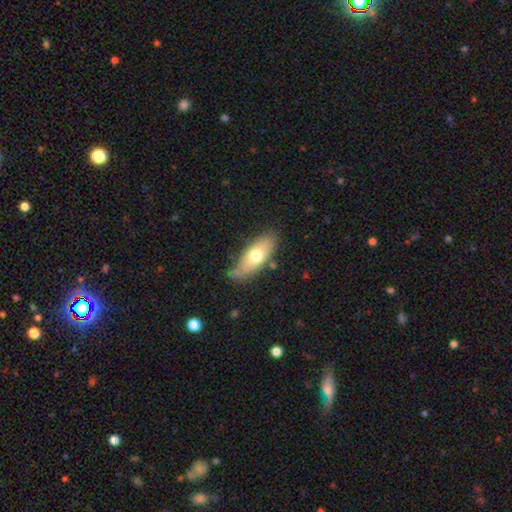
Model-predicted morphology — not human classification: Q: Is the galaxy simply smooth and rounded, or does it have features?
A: smooth — 63%.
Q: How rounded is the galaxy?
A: in between — 77%.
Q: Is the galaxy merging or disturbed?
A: none — 67%.